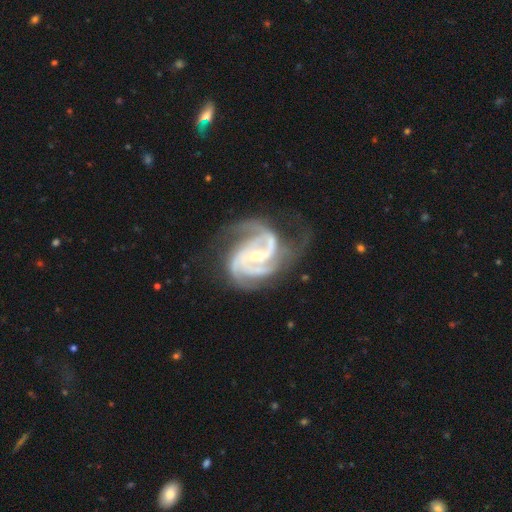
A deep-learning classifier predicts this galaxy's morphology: Smooth or featured? featured or disk (93%)
Edge-on disk? no (98%)
Bar? weak (38%)
Spiral arms? yes (98%)
Spiral winding? medium (51%)
Spiral arm count? 3 (48%)
Bulge size? small (67%)
Merging? none (56%)